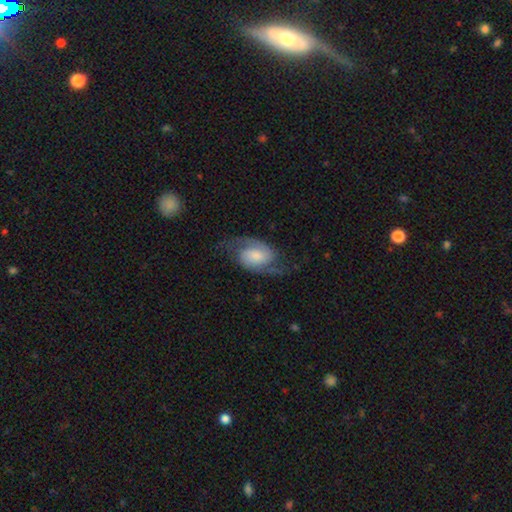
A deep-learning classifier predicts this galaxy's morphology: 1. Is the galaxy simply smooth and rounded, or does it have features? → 78% featured or disk, 16% smooth, 6% star or artifact.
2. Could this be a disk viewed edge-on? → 97% no, 3% yes.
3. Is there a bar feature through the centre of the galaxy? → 55% no, 36% weak, 8% strong.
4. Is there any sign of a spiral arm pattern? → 95% yes, 5% no.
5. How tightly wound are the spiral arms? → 46% medium, 39% loose, 15% tight.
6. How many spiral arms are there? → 92% 2, 3% can't tell, 2% 1, 1% 3, 1% 4, 1% more than 4.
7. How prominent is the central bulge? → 29% moderate, 25% small, 25% large, 15% none, 6% dominant.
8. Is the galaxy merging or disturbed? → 67% none, 18% minor disturbance, 13% major disturbance, 1% merger.